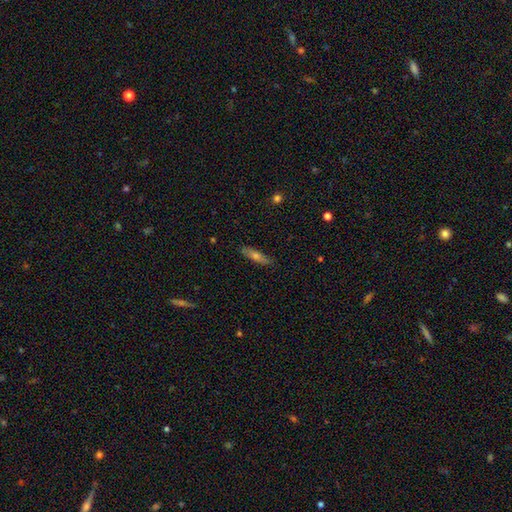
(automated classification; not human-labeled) Smooth or featured? smooth (47%)
Merging? none (85%)